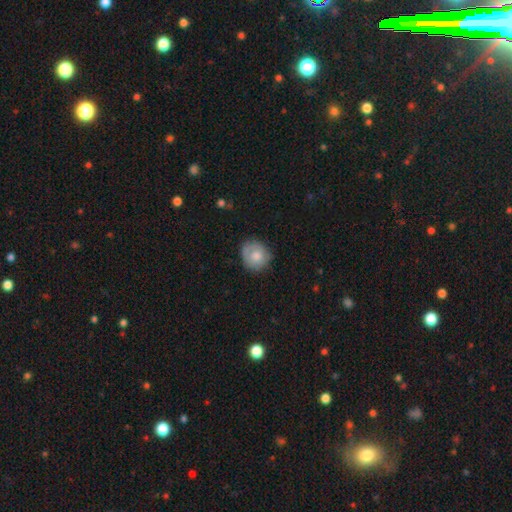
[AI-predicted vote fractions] Morphology: type=smooth (74%); roundness=round (81%); merging=none (73%).